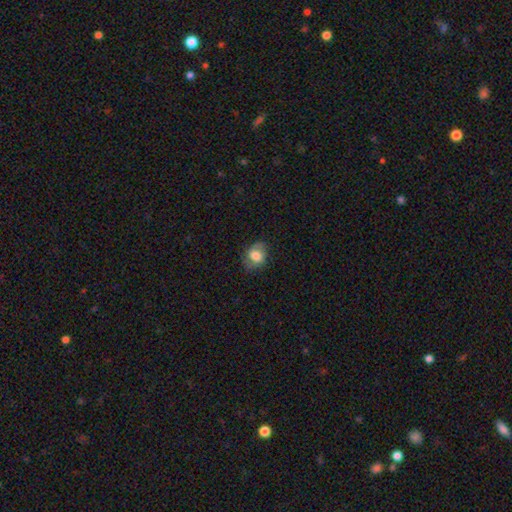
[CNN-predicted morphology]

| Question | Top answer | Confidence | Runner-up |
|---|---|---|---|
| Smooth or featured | smooth | 71% | featured or disk (21%) |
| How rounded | in between | 56% | round (43%) |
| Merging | none | 64% | minor disturbance (25%) |